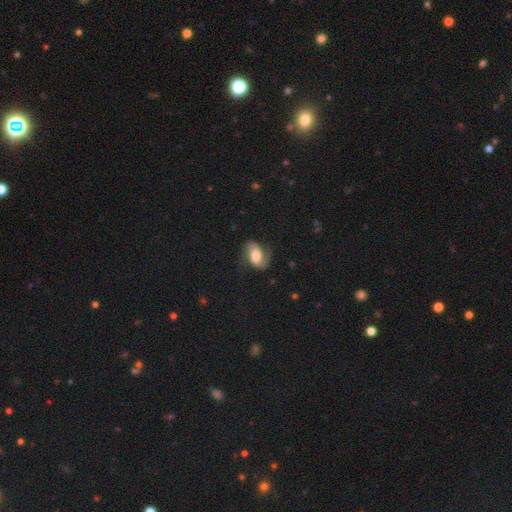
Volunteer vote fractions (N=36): A featured or disk galaxy (61%) with no bar (50%), 2 (89%) medium (50%) spiral arms (82%) and a moderate central bulge (64%). Merging: none (62%).